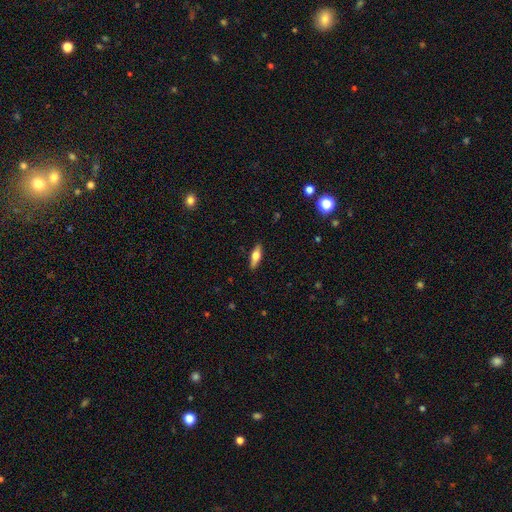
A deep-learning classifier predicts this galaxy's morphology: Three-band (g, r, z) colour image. It shows a smooth galaxy with no disk features (54%) that is in between round and cigar-shaped (56%). Merging: none (88%).